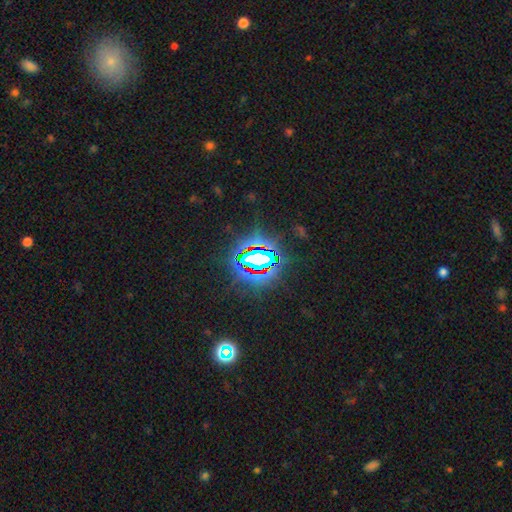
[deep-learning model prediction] The model was most divided on "smooth or featured": star or artifact: 83%, smooth: 10%, featured or disk: 7%.